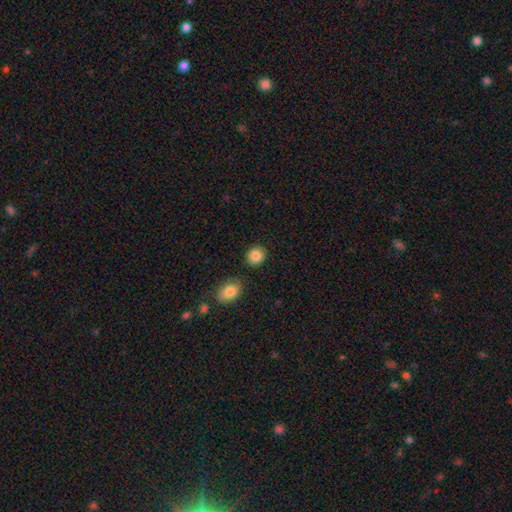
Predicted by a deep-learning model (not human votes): A smooth galaxy with no disk features (87%) that is round (78%).

Vote fractions:
- Smooth or featured? smooth: 87% / star or artifact: 8% / featured or disk: 4%
- How rounded? round: 78% / in between: 21% / cigar-shaped: 1%
- Merging? none: 86% / minor disturbance: 8% / merger: 4% / major disturbance: 2%